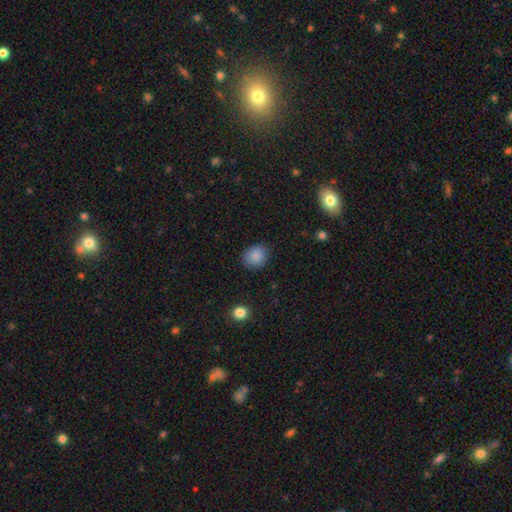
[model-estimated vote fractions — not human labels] This appears to be a smooth galaxy with no disk features (87%) that is round (72%). Merging: none (84%).